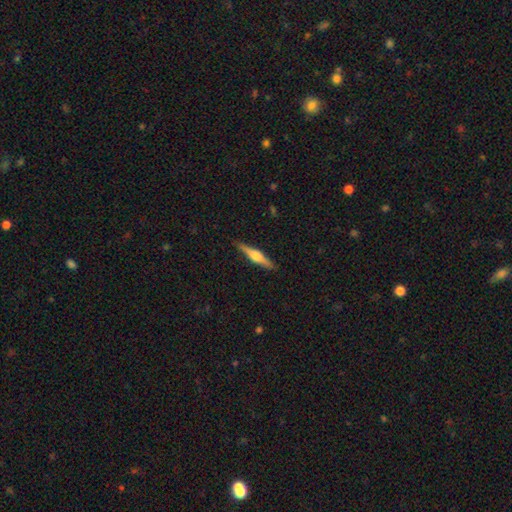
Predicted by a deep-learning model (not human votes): smooth_or_featured: featured or disk (p=0.66) [alt: smooth p=0.28]
disk_edge_on: yes (p=0.98) [alt: no p=0.02]
edge_on_bulge: rounded (p=0.88) [alt: boxy p=0.09]
merging: none (p=0.90) [alt: minor disturbance p=0.07]